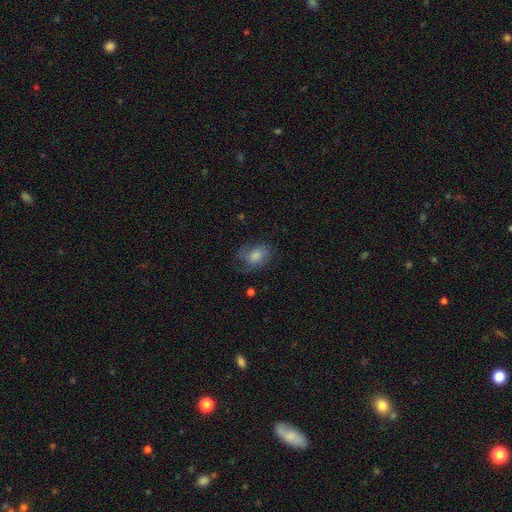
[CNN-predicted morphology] A smooth galaxy with no disk features (55%) that is in between round and cigar-shaped (69%). Merging: none (51%).